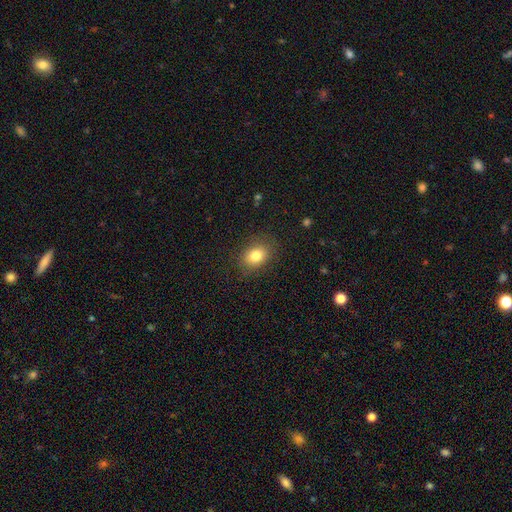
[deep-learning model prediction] smooth 81%, star or artifact 10%, featured or disk 9%. Down the decision tree: how rounded — in between (68%); merging — none (85%).